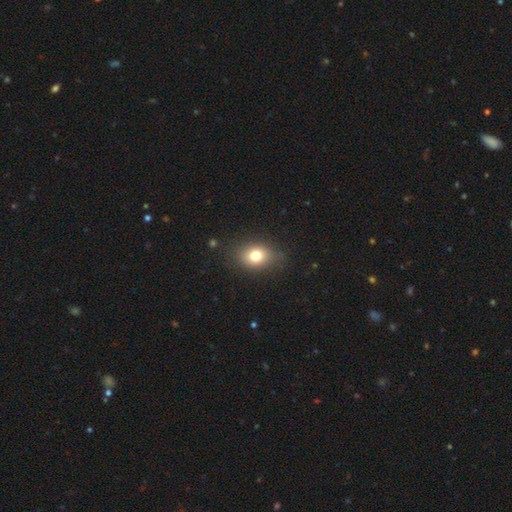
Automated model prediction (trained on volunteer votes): smooth 77%, featured or disk 12%, star or artifact 11%. Down the decision tree: how rounded — in between (64%); merging — none (81%).